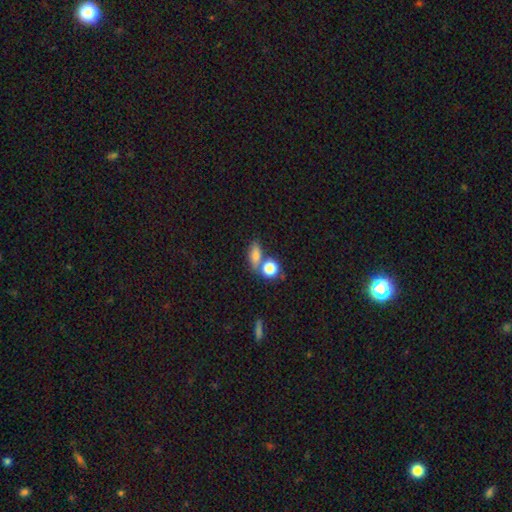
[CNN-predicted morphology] Overall: smooth (75%). How rounded: in between (55%; round 29%). Merging: none (55%; merger 29%).